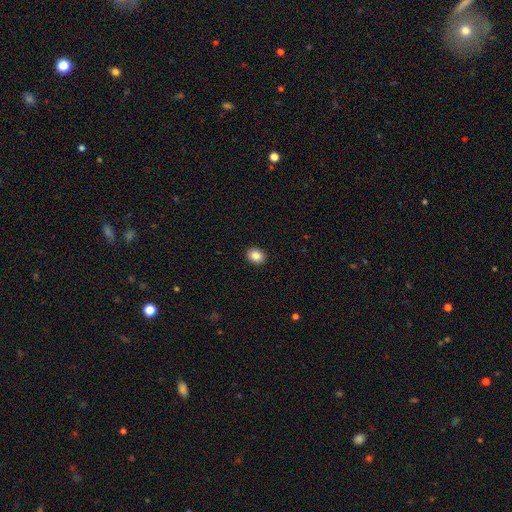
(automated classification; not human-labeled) Smooth or featured: smooth — 85% (star or artifact — 9%)
How rounded: round — 53% (in between — 47%)
Merging: none — 92% (minor disturbance — 6%)